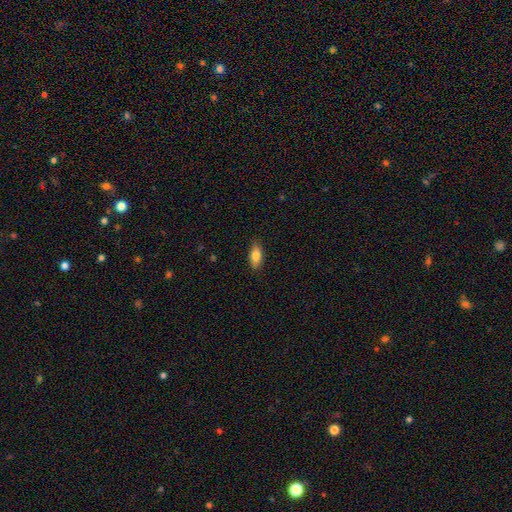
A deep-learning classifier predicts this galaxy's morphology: Smooth or featured? smooth (81%)
How rounded? in between (84%)
Merging? none (86%)